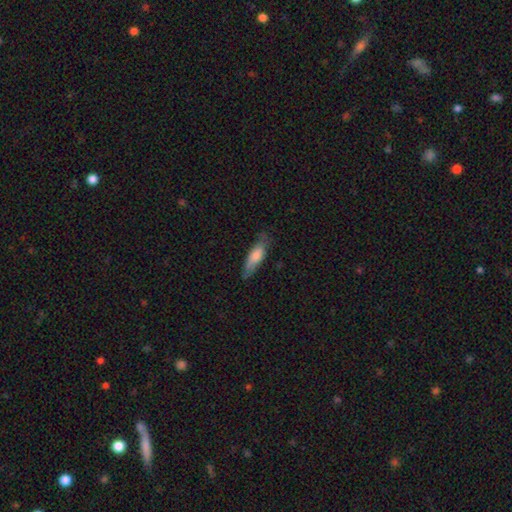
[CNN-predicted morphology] Q: Smooth or featured?
A: smooth (70%); runner-up: featured or disk (24%)
Q: How rounded?
A: cigar-shaped (51%); runner-up: in between (47%)
Q: Merging?
A: none (68%); runner-up: minor disturbance (24%)